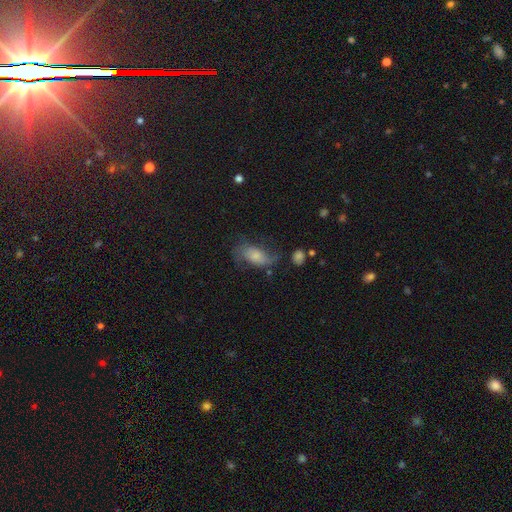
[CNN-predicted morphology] Smooth or featured?
  - smooth: 46% *
  - featured or disk: 45%
  - star or artifact: 9%
Merging?
  - none: 41% *
  - major disturbance: 28%
  - minor disturbance: 26%
  - merger: 4%